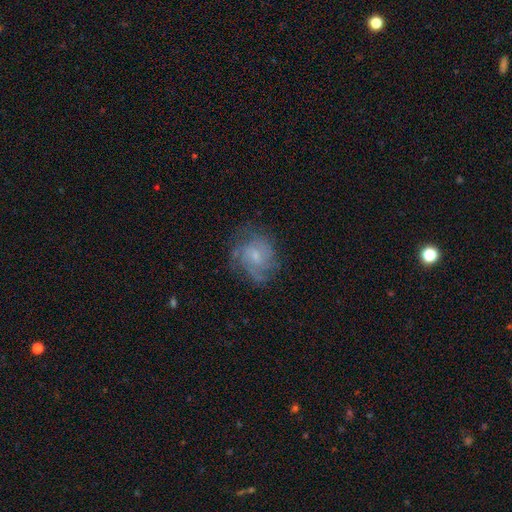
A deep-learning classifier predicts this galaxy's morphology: Smooth or featured? featured or disk (66%)
Edge-on disk? no (98%)
Bar? no (56%)
Spiral arms? yes (85%)
Spiral winding? tight (45%)
Spiral arm count? can't tell (41%)
Bulge size? small (58%)
Merging? none (64%)